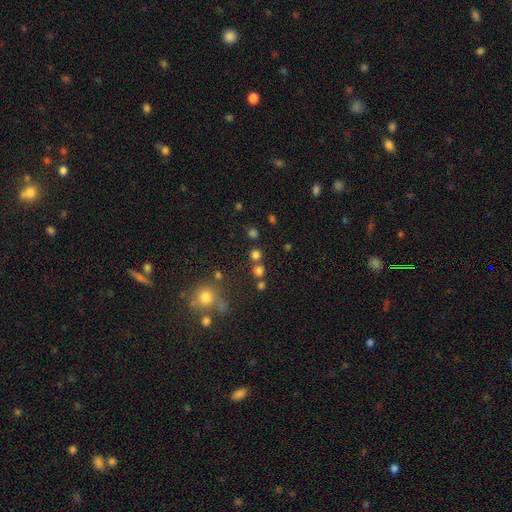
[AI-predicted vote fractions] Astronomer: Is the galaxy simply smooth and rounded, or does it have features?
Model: smooth — 68%.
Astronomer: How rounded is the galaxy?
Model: round — 88%.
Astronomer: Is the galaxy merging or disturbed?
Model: none — 73%.